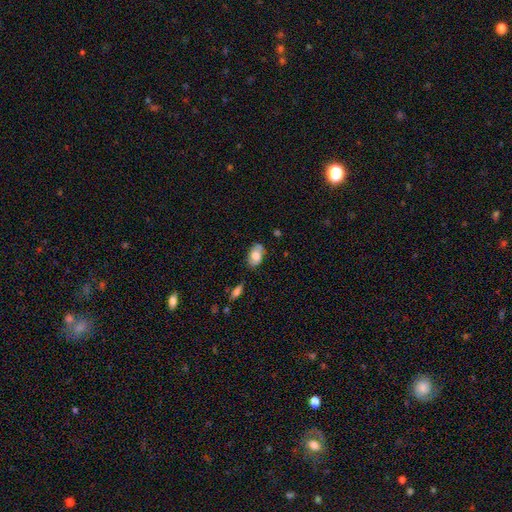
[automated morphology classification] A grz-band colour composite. It shows a smooth galaxy with no disk features (74%) that is in between round and cigar-shaped (92%). Merging: none (72%).